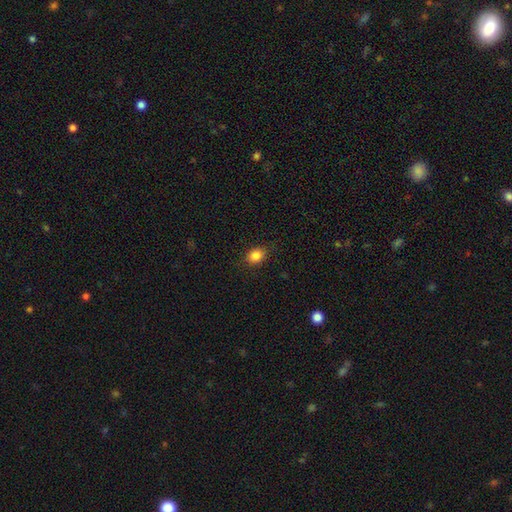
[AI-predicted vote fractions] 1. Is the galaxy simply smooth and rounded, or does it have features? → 85% smooth, 10% star or artifact, 5% featured or disk.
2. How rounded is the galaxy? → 54% in between, 45% round, 1% cigar-shaped.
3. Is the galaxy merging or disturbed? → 85% none, 11% minor disturbance, 3% major disturbance, 1% merger.